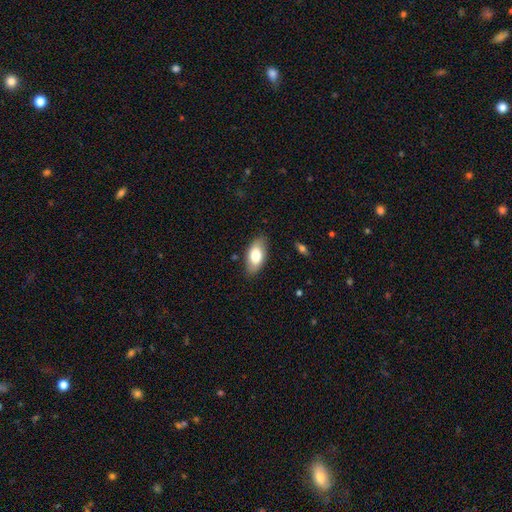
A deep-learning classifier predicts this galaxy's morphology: Smooth or featured?
  - smooth: 75% *
  - featured or disk: 19%
  - star or artifact: 6%
How rounded?
  - in between: 92% *
  - cigar-shaped: 5%
  - round: 3%
Merging?
  - none: 84% *
  - minor disturbance: 12%
  - major disturbance: 3%
  - merger: 1%